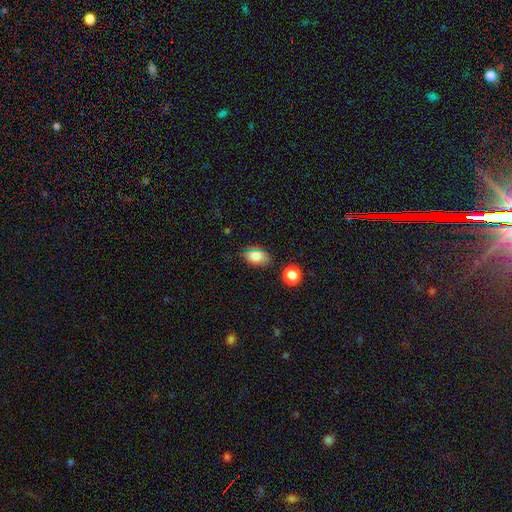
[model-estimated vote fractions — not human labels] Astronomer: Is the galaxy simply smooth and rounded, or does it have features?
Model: smooth — 80%.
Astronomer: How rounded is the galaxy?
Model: in between — 84%.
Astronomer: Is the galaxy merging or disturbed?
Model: none — 78%.